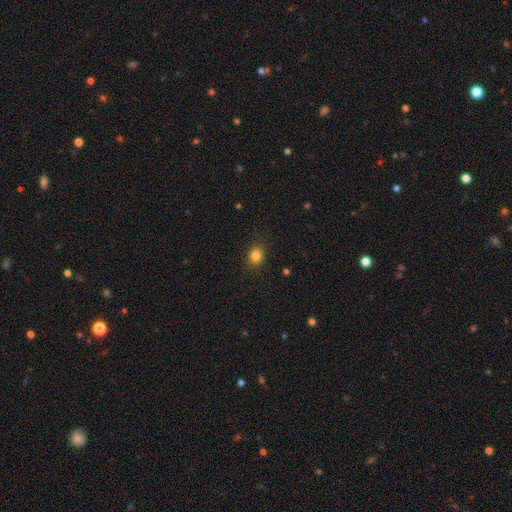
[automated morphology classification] Smooth or featured? smooth (83%)
How rounded? round (68%)
Merging? none (88%)